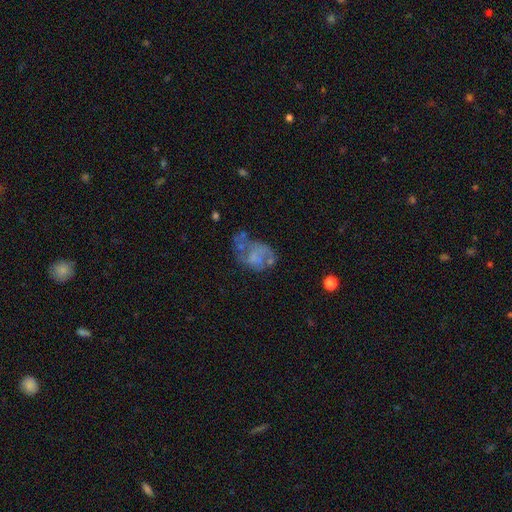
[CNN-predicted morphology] This appears to be a featured or disk galaxy (56%) with no bar (87%), no spiral arms (72%) and no central bulge (69%). Merging: major disturbance (35%).